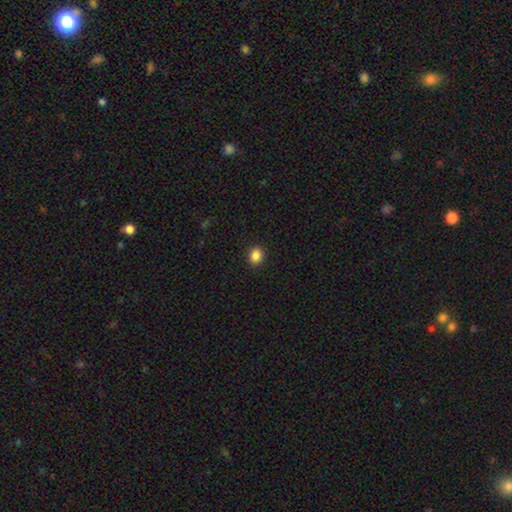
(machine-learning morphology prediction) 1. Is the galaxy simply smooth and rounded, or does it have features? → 87% smooth, 10% star or artifact, 3% featured or disk.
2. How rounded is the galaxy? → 51% round, 48% in between, 1% cigar-shaped.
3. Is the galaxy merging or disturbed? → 91% none, 6% minor disturbance, 2% major disturbance, 1% merger.